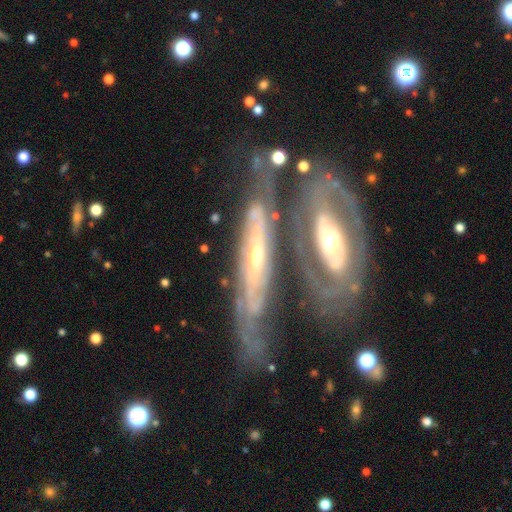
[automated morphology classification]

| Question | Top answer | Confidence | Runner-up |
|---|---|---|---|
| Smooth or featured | featured or disk | 83% | smooth (11%) |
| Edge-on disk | no | 74% | yes (26%) |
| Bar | no | 65% | weak (20%) |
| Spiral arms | yes | 75% | no (25%) |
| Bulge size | small | 55% | moderate (38%) |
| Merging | none | 48% | merger (28%) |